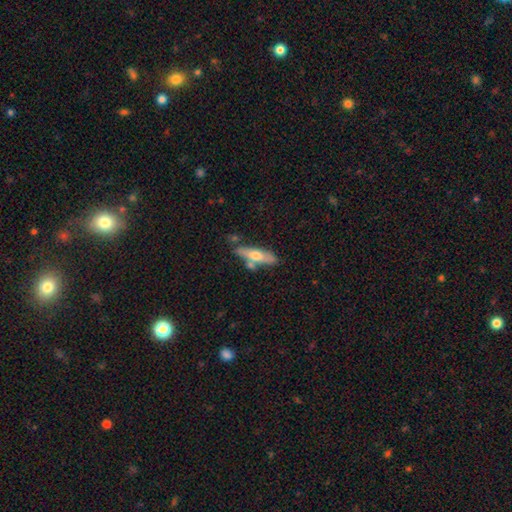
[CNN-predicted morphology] A smooth galaxy with no disk features (55%) that is cigar-shaped (62%). Merging: none (64%).